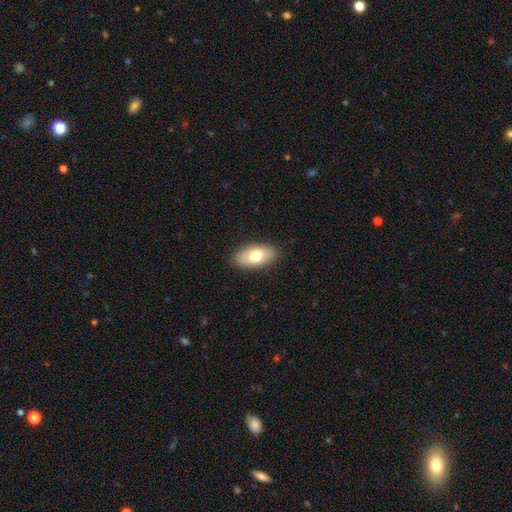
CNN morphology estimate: This is likely a smooth galaxy (71%). How rounded: clearly in between (92%). Merging: clearly none (86%).